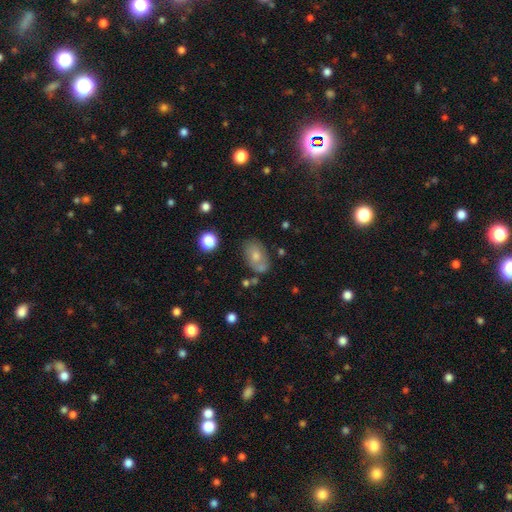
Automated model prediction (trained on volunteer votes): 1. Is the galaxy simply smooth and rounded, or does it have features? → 52% smooth, 32% featured or disk, 15% star or artifact.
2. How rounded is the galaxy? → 82% in between, 17% round, 2% cigar-shaped.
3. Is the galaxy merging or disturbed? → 68% none, 18% minor disturbance, 8% merger, 5% major disturbance.